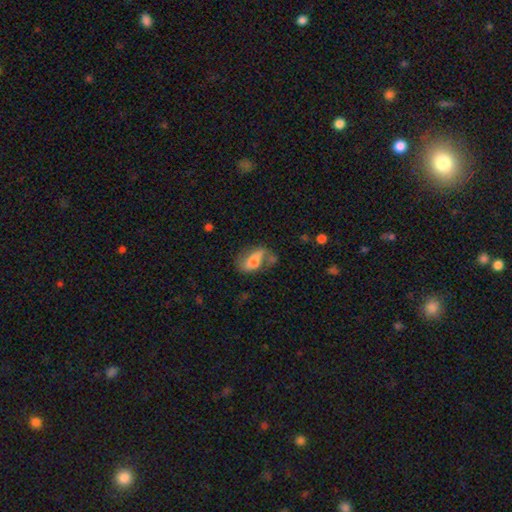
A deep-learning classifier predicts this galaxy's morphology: A featured or disk galaxy (50%).

Vote fractions:
- Smooth or featured? featured or disk: 50% / smooth: 42% / star or artifact: 8%
- Merging? none: 49% / minor disturbance: 24% / major disturbance: 17% / merger: 9%